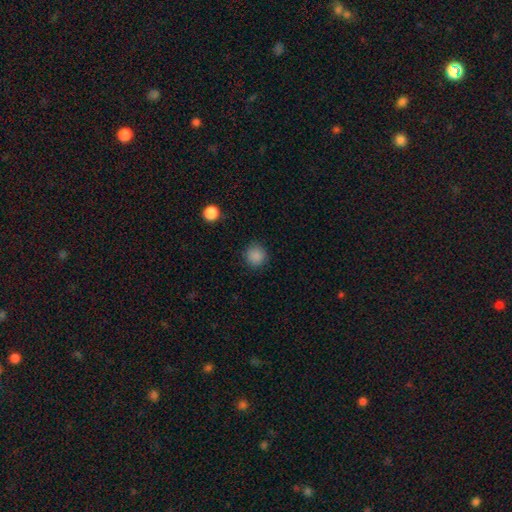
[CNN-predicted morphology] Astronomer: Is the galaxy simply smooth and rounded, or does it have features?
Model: smooth — 87%.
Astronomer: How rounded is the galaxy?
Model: round — 93%.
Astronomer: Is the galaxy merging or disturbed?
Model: none — 90%.